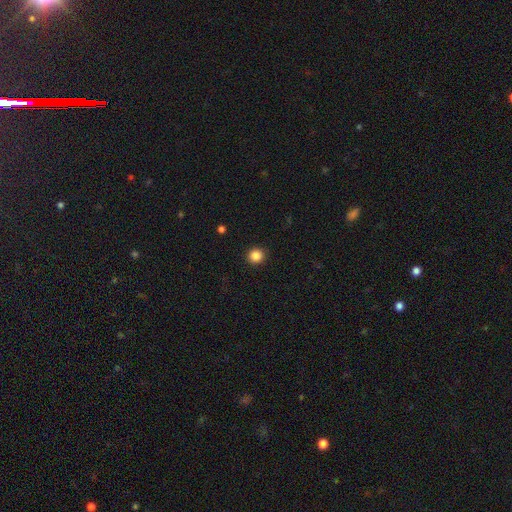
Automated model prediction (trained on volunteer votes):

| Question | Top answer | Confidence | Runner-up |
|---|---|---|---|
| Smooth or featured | smooth | 86% | star or artifact (11%) |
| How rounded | round | 94% | in between (5%) |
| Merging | none | 92% | minor disturbance (5%) |